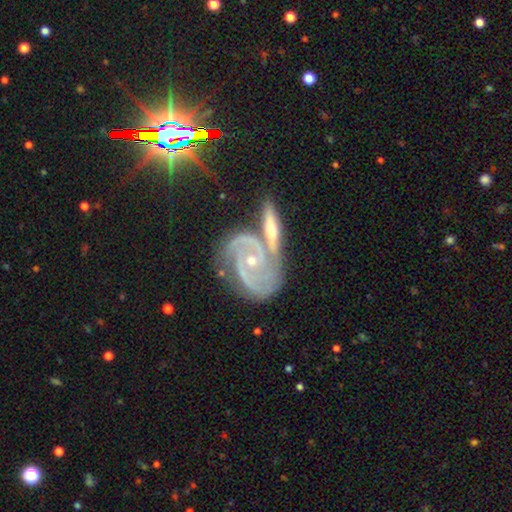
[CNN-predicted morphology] type=featured or disk (84%); edge-on=no (96%); bar=no (52%); spiral arms=yes (98%); winding=tight (56%); arm count=2 (51%); bulge=small (73%); merging=none (42%).